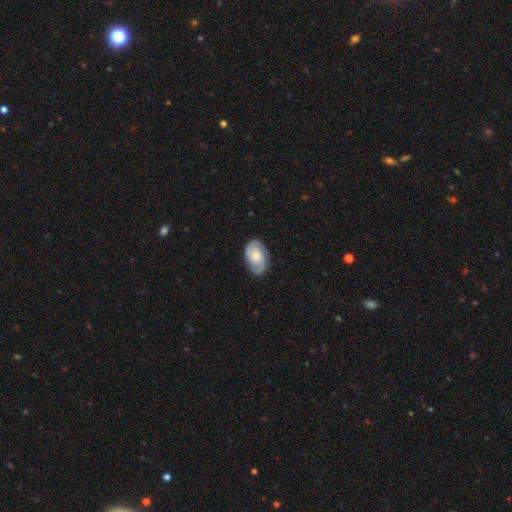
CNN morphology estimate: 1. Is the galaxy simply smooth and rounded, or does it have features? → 78% featured or disk, 17% smooth, 5% star or artifact.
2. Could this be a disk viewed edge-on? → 97% no, 3% yes.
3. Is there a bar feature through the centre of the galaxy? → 62% no, 32% weak, 6% strong.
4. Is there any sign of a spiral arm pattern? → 96% yes, 4% no.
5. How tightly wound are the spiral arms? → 51% tight, 39% medium, 9% loose.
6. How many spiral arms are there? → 87% 2, 6% can't tell, 3% 3, 2% 1, 1% 4, 1% more than 4.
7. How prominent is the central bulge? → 48% moderate, 33% small, 10% large, 8% none, 2% dominant.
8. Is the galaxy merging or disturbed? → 84% none, 12% minor disturbance, 3% major disturbance, 1% merger.